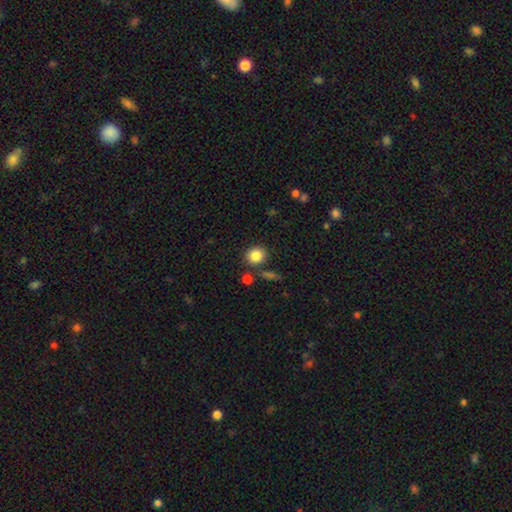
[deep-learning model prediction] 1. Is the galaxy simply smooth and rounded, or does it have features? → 85% smooth, 9% star or artifact, 6% featured or disk.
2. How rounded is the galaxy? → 81% round, 18% in between, 1% cigar-shaped.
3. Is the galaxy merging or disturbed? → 81% none, 9% minor disturbance, 7% merger, 3% major disturbance.